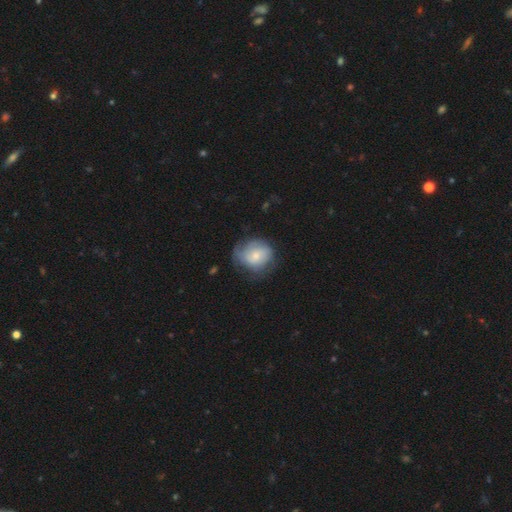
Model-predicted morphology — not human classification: Smooth or featured?
  - smooth: 56% *
  - featured or disk: 37%
  - star or artifact: 7%
How rounded?
  - round: 75% *
  - in between: 24%
  - cigar-shaped: 1%
Merging?
  - none: 52% *
  - minor disturbance: 29%
  - major disturbance: 17%
  - merger: 2%